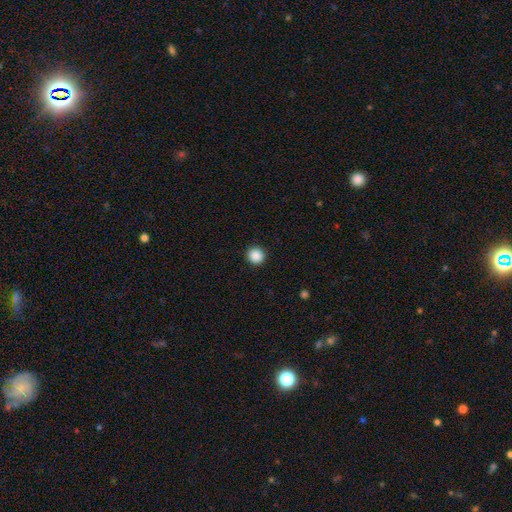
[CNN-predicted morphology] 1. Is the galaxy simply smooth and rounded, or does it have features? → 89% smooth, 9% star or artifact, 2% featured or disk.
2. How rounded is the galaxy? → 95% round, 5% in between, 1% cigar-shaped.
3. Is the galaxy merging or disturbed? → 93% none, 4% minor disturbance, 2% major disturbance, 1% merger.